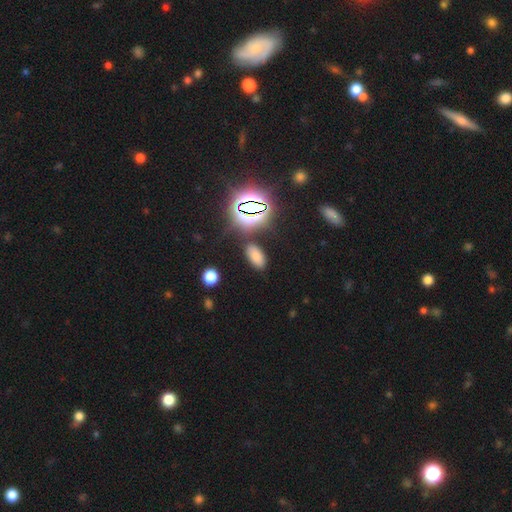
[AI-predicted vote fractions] Overall: smooth (67%). How rounded: in between (91%). Merging: none (85%).